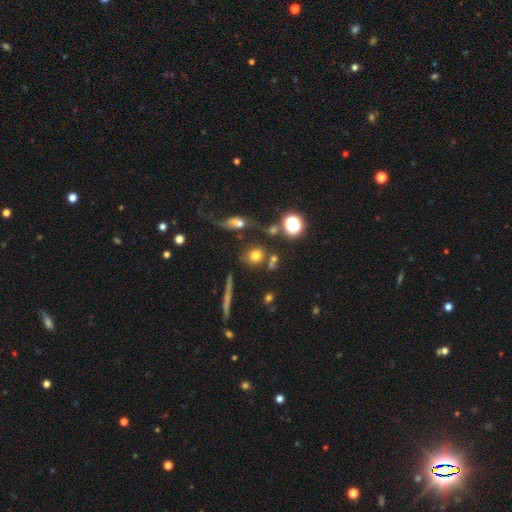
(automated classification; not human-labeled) Morphology: type=smooth (71%); roundness=round (81%); merging=none (66%).